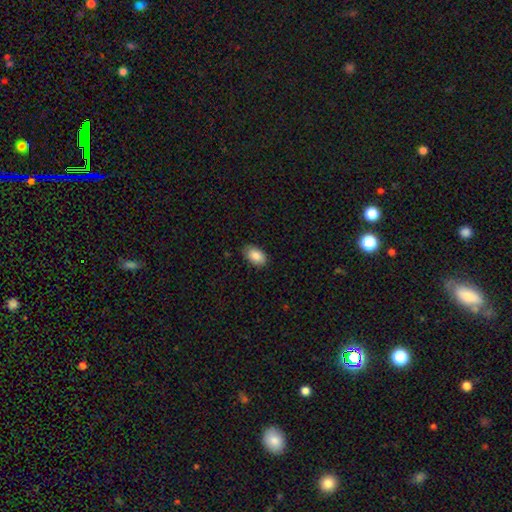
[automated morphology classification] Smooth or featured: smooth — 87% (star or artifact — 7%)
How rounded: in between — 92% (round — 7%)
Merging: none — 85% (minor disturbance — 11%)